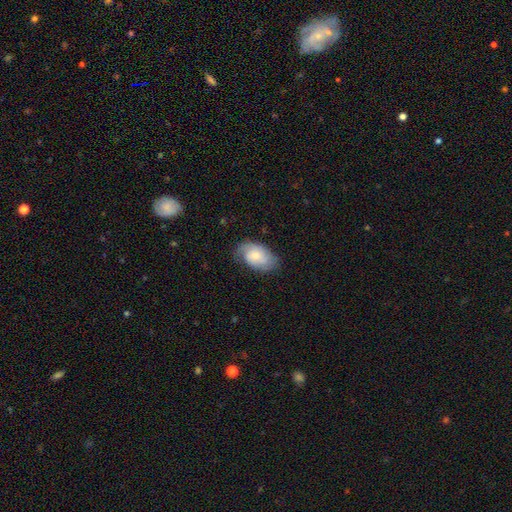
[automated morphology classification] type=featured or disk (47%); merging=none (68%).